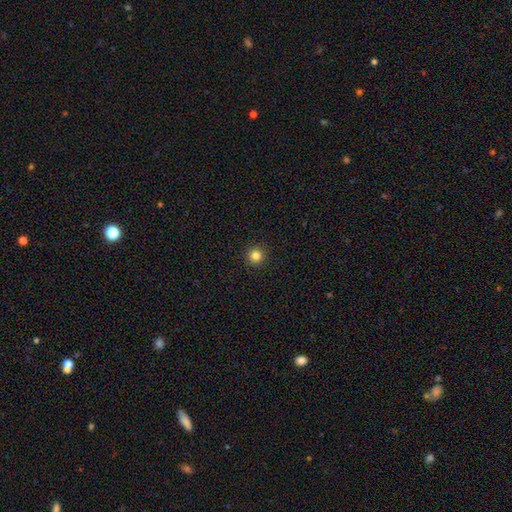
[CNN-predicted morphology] smooth_or_featured: smooth (p=0.83) [alt: star or artifact p=0.13]
how_rounded: round (p=0.96) [alt: in between p=0.03]
merging: none (p=0.93) [alt: minor disturbance p=0.04]